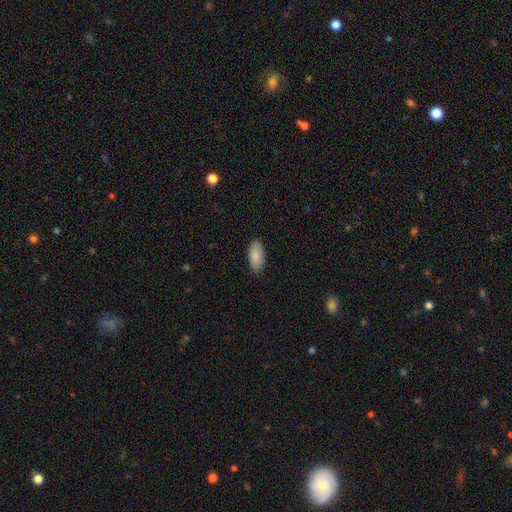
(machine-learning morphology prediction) Smooth or featured?
  - smooth: 89% *
  - star or artifact: 6%
  - featured or disk: 6%
How rounded?
  - in between: 91% *
  - cigar-shaped: 7%
  - round: 2%
Merging?
  - none: 87% *
  - minor disturbance: 10%
  - major disturbance: 2%
  - merger: 1%